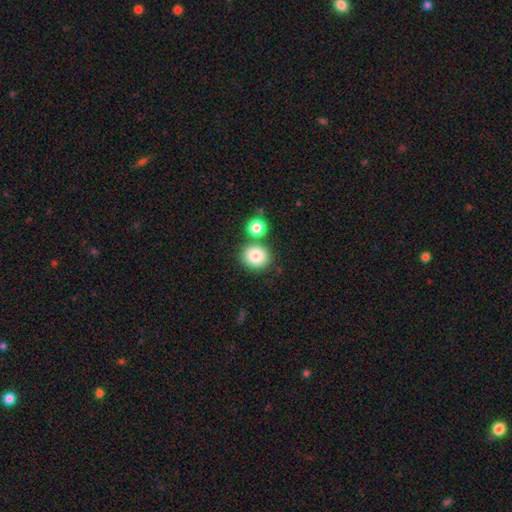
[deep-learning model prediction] Smooth or featured: smooth — 82% (star or artifact — 10%)
How rounded: round — 87% (in between — 12%)
Merging: none — 73% (merger — 16%)